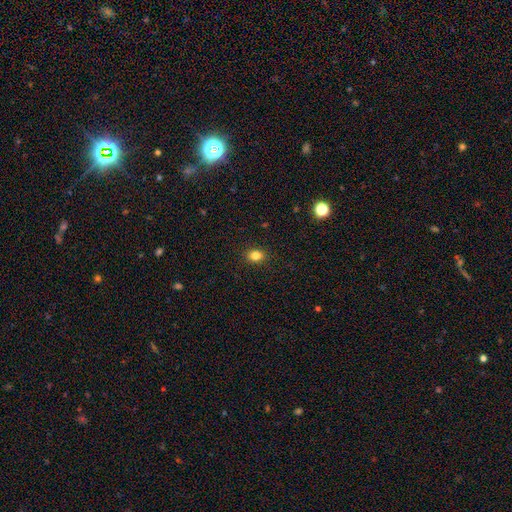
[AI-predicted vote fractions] smooth 83%, star or artifact 11%, featured or disk 6%. Down the decision tree: how rounded — in between (65%); merging — none (89%).